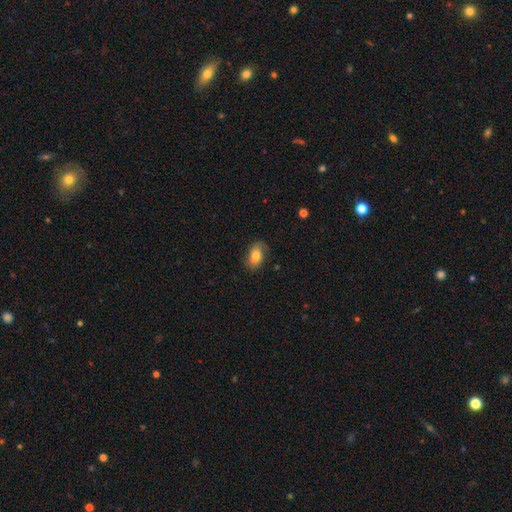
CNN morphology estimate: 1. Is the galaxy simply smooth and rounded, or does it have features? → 72% smooth, 21% featured or disk, 8% star or artifact.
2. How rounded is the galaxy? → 89% in between, 9% round, 2% cigar-shaped.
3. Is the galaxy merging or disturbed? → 75% none, 18% minor disturbance, 5% major disturbance, 1% merger.